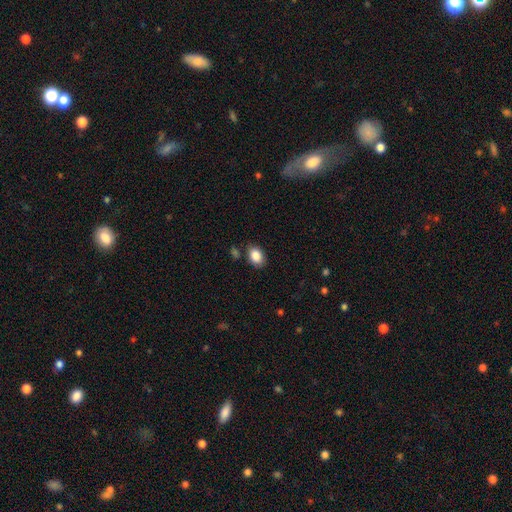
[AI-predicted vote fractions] This appears to be a smooth galaxy with no disk features (87%) that is in between round and cigar-shaped (78%). Merging: none (80%).